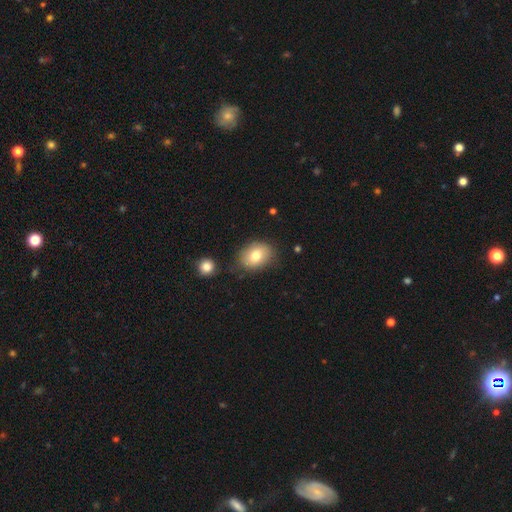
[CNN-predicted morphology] smooth-or-featured: smooth: 77% | featured or disk: 14% | star or artifact: 9%
  how-rounded: in between: 66% | round: 33% | cigar-shaped: 1%
  merging: none: 75% | minor disturbance: 16% | merger: 5% | major disturbance: 4%